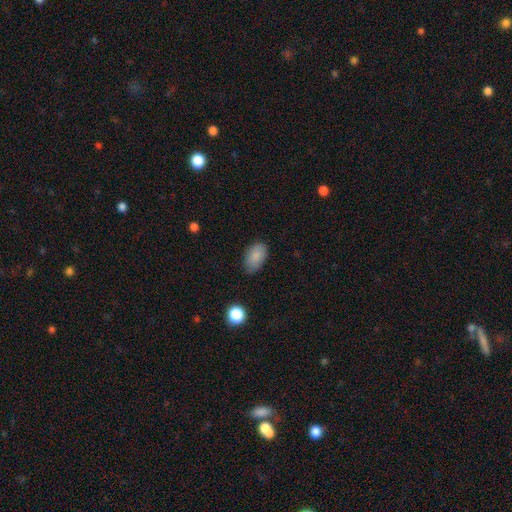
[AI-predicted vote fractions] Q: Smooth or featured?
A: smooth (85%); runner-up: star or artifact (8%)
Q: How rounded?
A: in between (91%); runner-up: round (7%)
Q: Merging?
A: none (73%); runner-up: minor disturbance (21%)